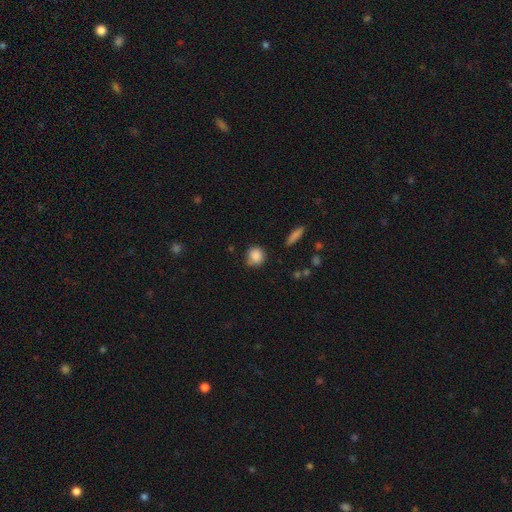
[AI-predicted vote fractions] Q: Smooth or featured?
A: smooth (87%); runner-up: star or artifact (9%)
Q: How rounded?
A: round (86%); runner-up: in between (13%)
Q: Merging?
A: none (75%); runner-up: minor disturbance (19%)